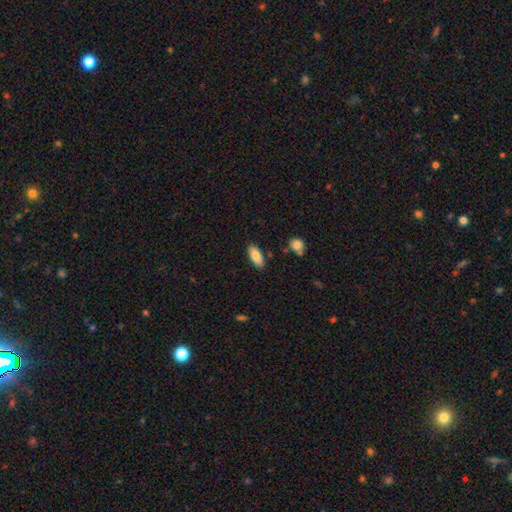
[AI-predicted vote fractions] Smooth or featured?
  - smooth: 85% *
  - featured or disk: 8%
  - star or artifact: 7%
How rounded?
  - in between: 84% *
  - cigar-shaped: 14%
  - round: 2%
Merging?
  - none: 85% *
  - minor disturbance: 11%
  - merger: 2%
  - major disturbance: 2%